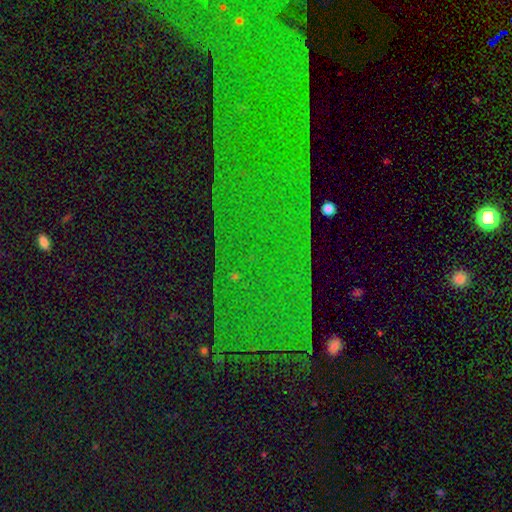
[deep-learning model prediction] smooth-or-featured: star or artifact: 75% | featured or disk: 13% | smooth: 11%